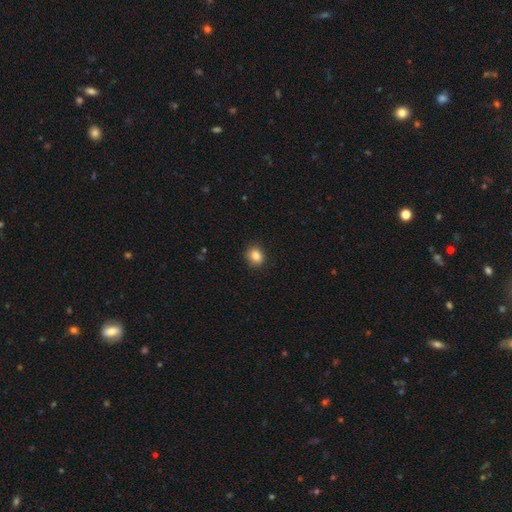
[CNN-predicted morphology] This appears to be a smooth galaxy with no disk features (85%) that is round (61%). Merging: none (88%).